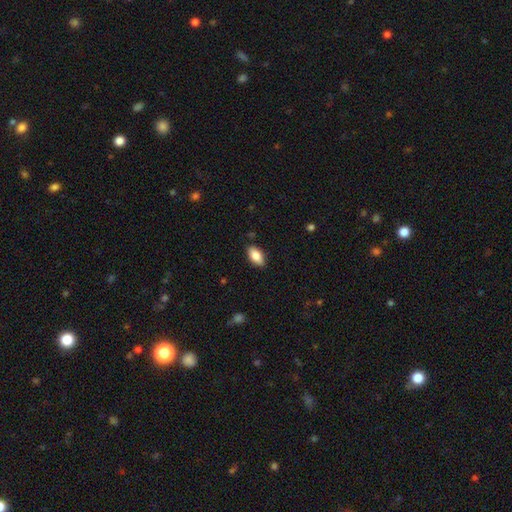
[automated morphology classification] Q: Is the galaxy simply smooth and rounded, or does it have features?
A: smooth — 81%.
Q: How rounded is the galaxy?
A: in between — 91%.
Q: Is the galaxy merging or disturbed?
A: none — 86%.